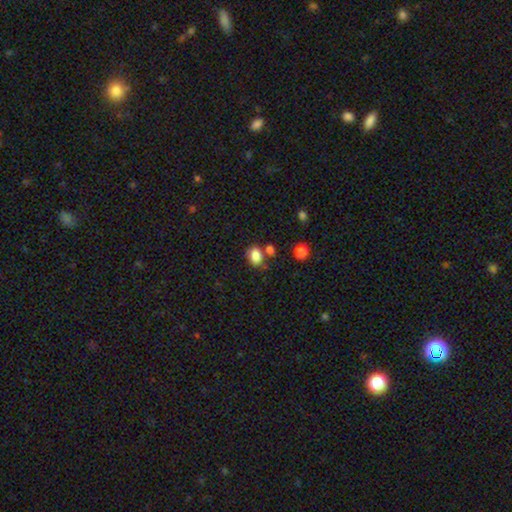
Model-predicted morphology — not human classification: This appears to be a smooth galaxy with no disk features (84%) that is in between round and cigar-shaped (67%). Merging: none (66%).